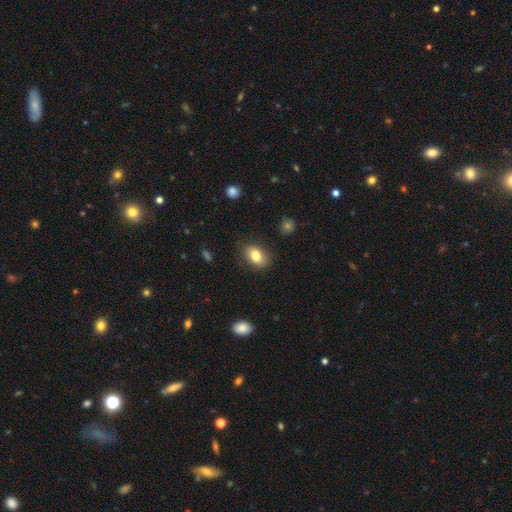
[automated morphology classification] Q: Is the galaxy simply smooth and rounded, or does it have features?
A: smooth — 81%.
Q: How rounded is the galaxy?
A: in between — 78%.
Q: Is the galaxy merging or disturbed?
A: none — 84%.